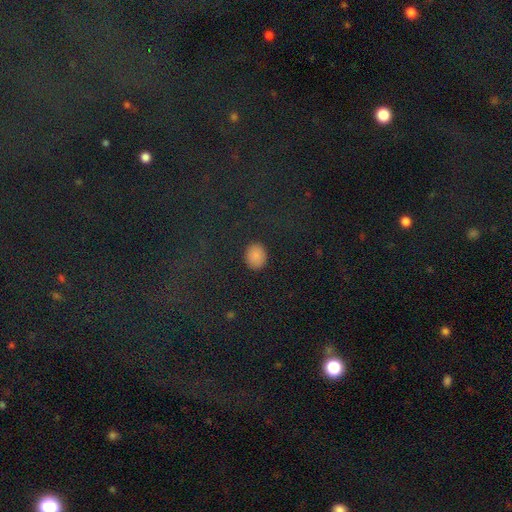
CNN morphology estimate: smooth_or_featured: smooth (p=0.84) [alt: star or artifact p=0.11]
how_rounded: round (p=0.50) [alt: in between p=0.49]
merging: none (p=0.89) [alt: minor disturbance p=0.07]